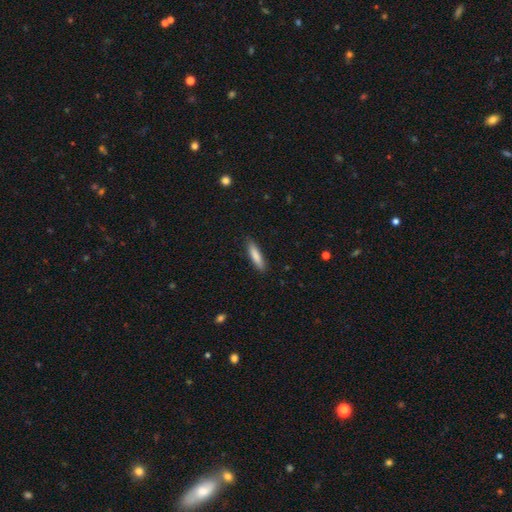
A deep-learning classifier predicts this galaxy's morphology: Smooth or featured?
  - smooth: 82% *
  - featured or disk: 12%
  - star or artifact: 6%
How rounded?
  - cigar-shaped: 82% *
  - in between: 17%
  - round: 1%
Merging?
  - none: 87% *
  - minor disturbance: 10%
  - major disturbance: 2%
  - merger: 1%